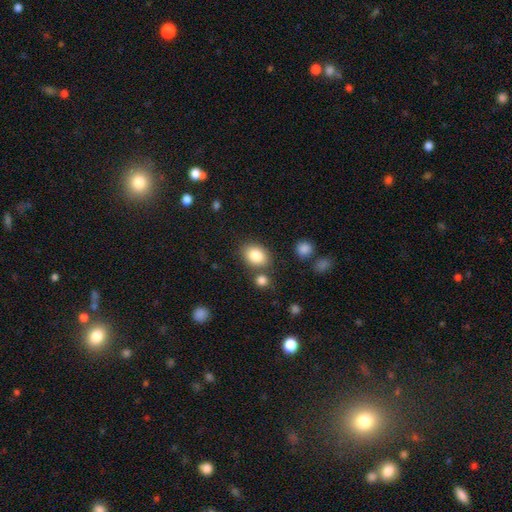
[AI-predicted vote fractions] The model was most divided on "how rounded": in between: 65%, round: 34%, cigar-shaped: 1%. More confident: smooth or featured — smooth (84%); merging — none (75%).